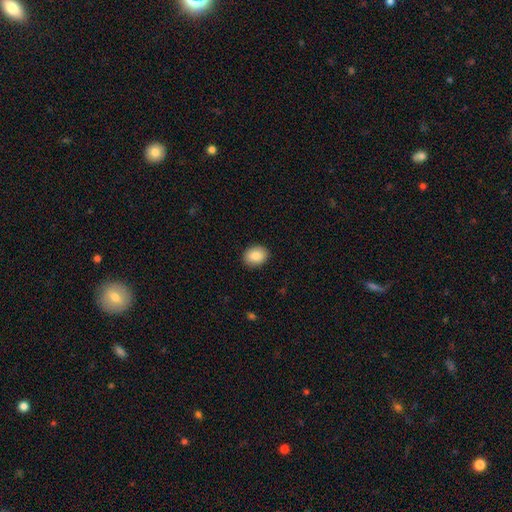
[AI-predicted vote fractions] smooth_or_featured: smooth (p=0.87) [alt: star or artifact p=0.08]
how_rounded: in between (p=0.52) [alt: round p=0.48]
merging: none (p=0.90) [alt: minor disturbance p=0.07]